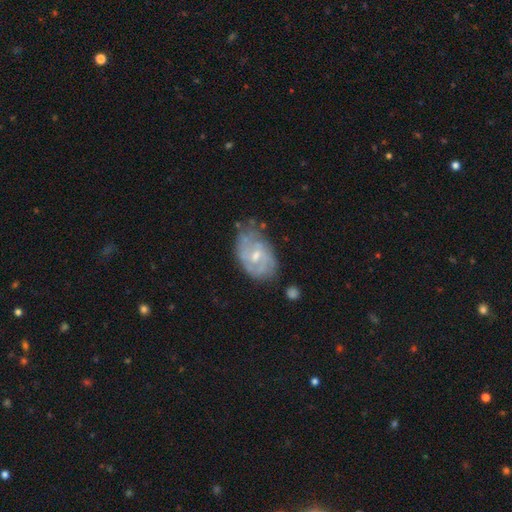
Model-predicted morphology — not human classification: type=featured or disk (71%); edge-on=no (96%); bar=weak (49%); spiral arms=yes (76%); winding=tight (44%); arm count=can't tell (42%); bulge=moderate (50%); merging=none (57%).